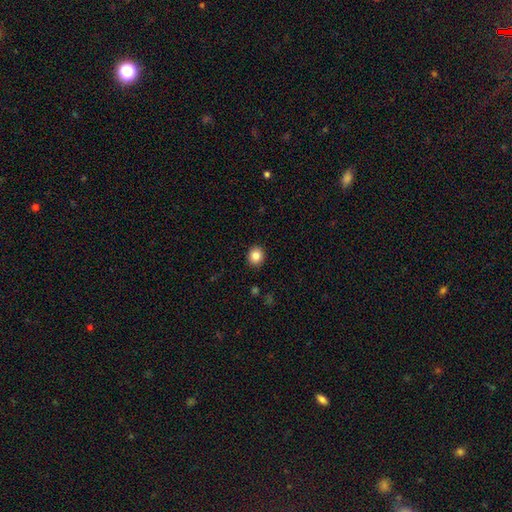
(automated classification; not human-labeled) The model was most divided on "how rounded": round: 81%, in between: 18%, cigar-shaped: 1%. More confident: merging — none (92%); smooth or featured — smooth (84%).